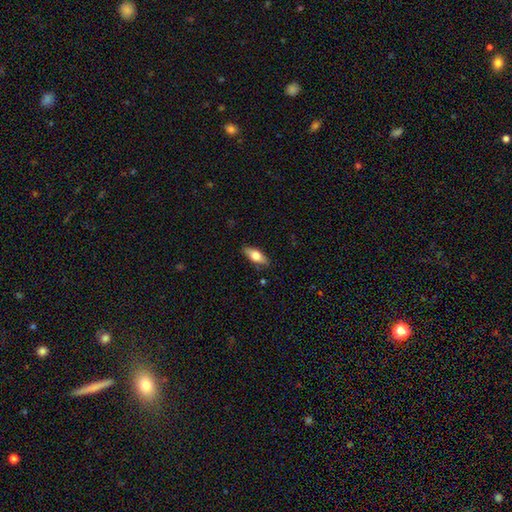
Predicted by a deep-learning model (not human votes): Morphology: type=smooth (69%); roundness=in between (75%); merging=none (83%).